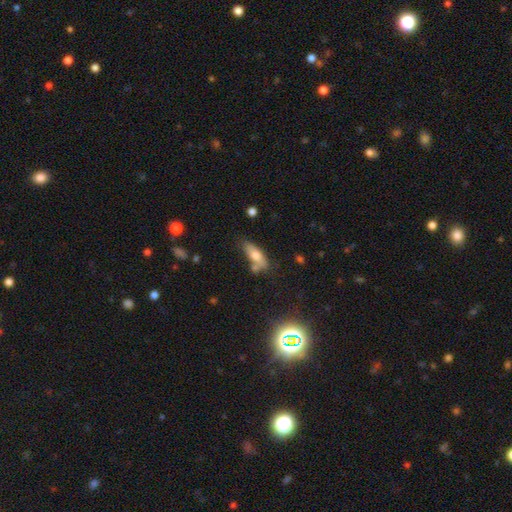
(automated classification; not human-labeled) Smooth or featured?
  - smooth: 61% *
  - featured or disk: 28%
  - star or artifact: 11%
How rounded?
  - in between: 64% *
  - cigar-shaped: 32%
  - round: 4%
Merging?
  - none: 51% *
  - minor disturbance: 21%
  - merger: 20%
  - major disturbance: 8%